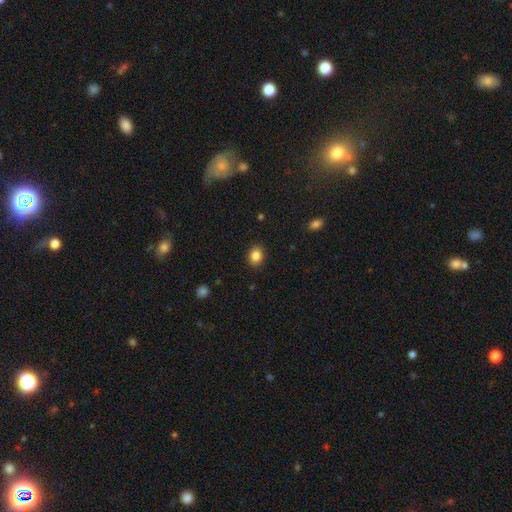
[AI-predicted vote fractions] smooth 85%, star or artifact 10%, featured or disk 5%. Down the decision tree: how rounded — in between (52%); merging — none (89%).